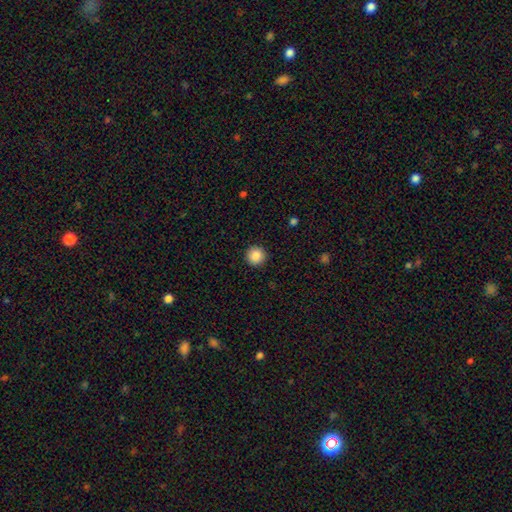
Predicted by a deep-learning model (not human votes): smooth 88%, star or artifact 9%, featured or disk 3%. Down the decision tree: how rounded — round (95%); merging — none (92%).